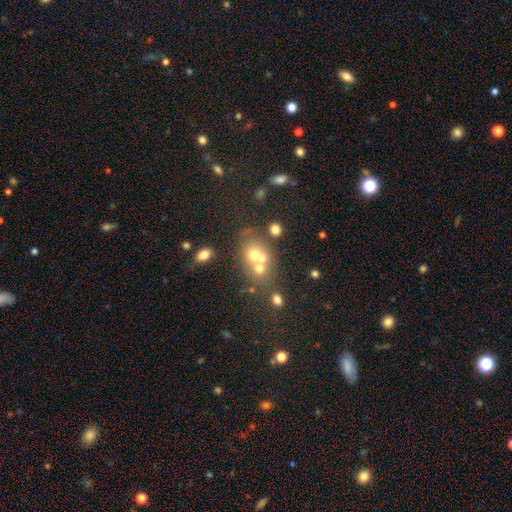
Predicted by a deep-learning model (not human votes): This is possibly a smooth galaxy (54%). How rounded: likely round (63%). Merging: possibly merger (51%).